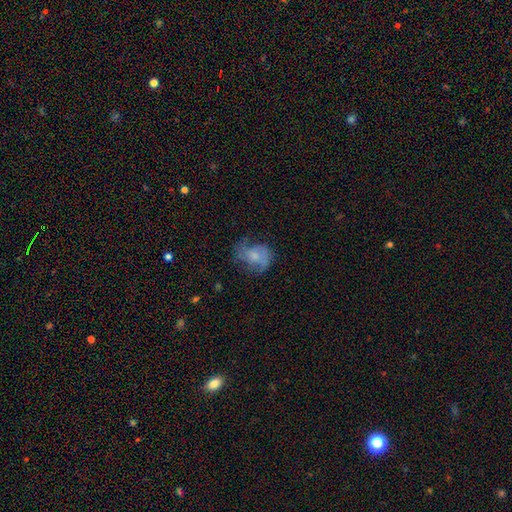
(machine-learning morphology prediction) This is possibly a featured or disk galaxy (47%). Merging: possibly none (47%).